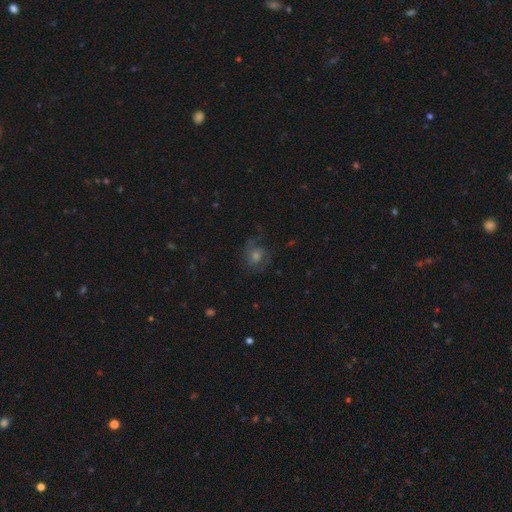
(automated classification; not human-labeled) smooth_or_featured: featured or disk (p=0.48) [alt: smooth p=0.30]
merging: none (p=0.68) [alt: minor disturbance p=0.17]